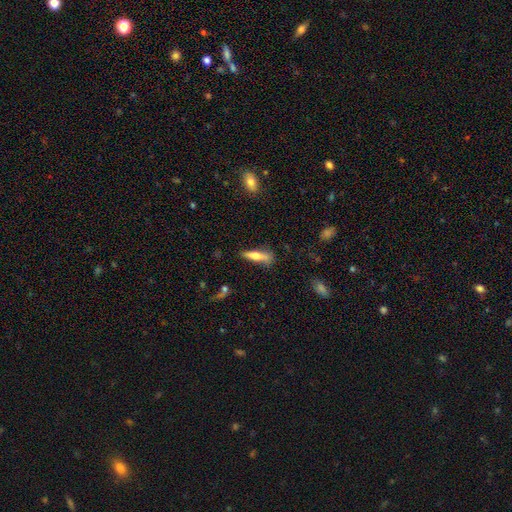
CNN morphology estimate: This appears to be a smooth galaxy with no disk features (56%) that is cigar-shaped (76%). Merging: none (67%).